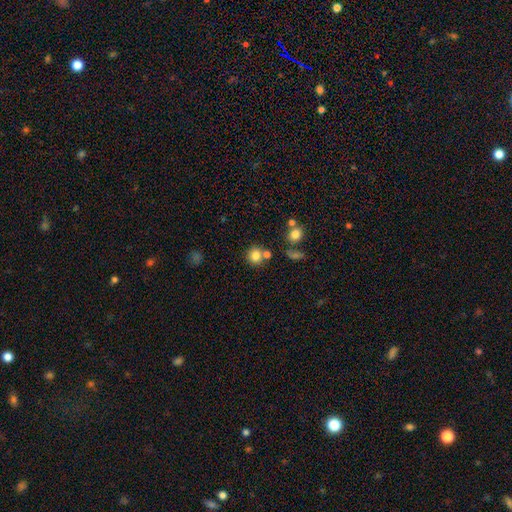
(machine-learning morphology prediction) smooth 80%, star or artifact 12%, featured or disk 9%. Down the decision tree: how rounded — round (88%); merging — none (65%).